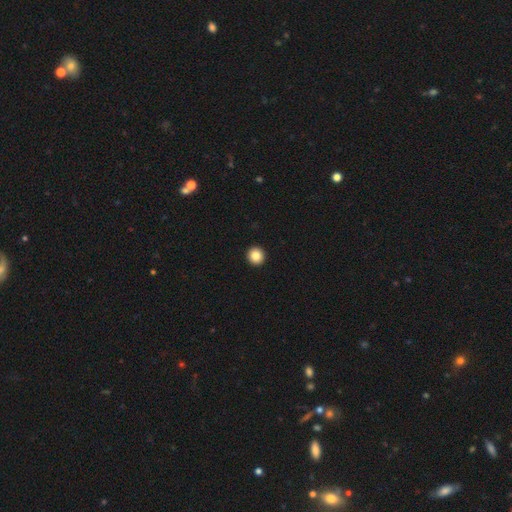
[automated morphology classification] This is clearly a smooth galaxy (85%). How rounded: clearly round (94%). Merging: clearly none (95%).